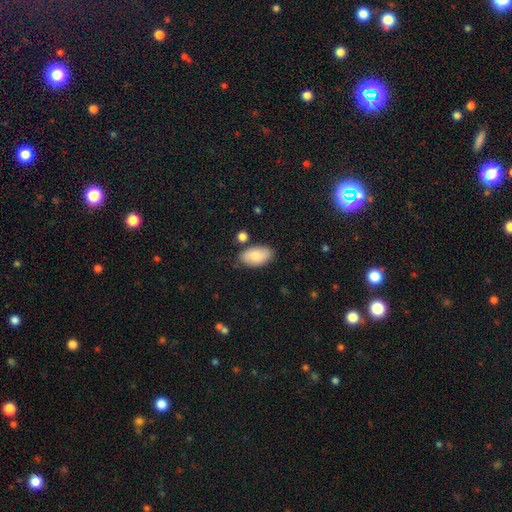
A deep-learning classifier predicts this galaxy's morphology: This appears to be a smooth galaxy with no disk features (81%) that is in between round and cigar-shaped (95%). Merging: none (78%).